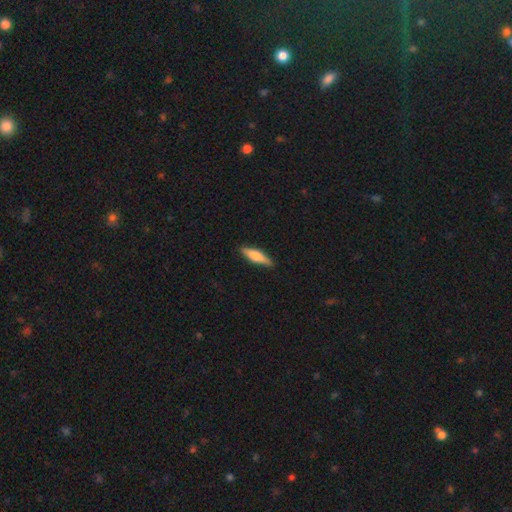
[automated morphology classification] smooth-or-featured: smooth: 56% | featured or disk: 38% | star or artifact: 6%
  how-rounded: cigar-shaped: 67% | in between: 31% | round: 2%
  merging: none: 88% | minor disturbance: 9% | major disturbance: 2% | merger: 1%